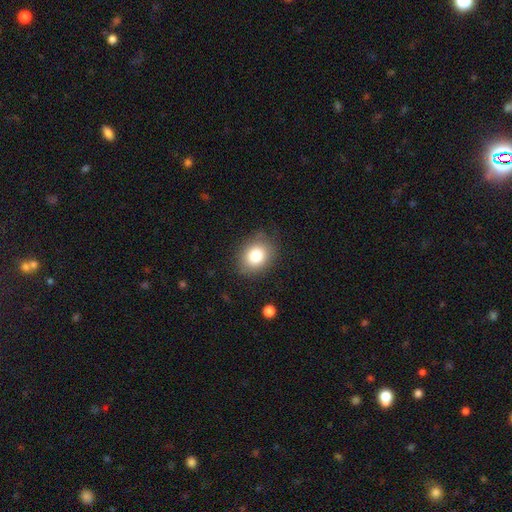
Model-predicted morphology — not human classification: This appears to be a smooth galaxy with no disk features (82%) that is round (54%). Merging: none (82%).